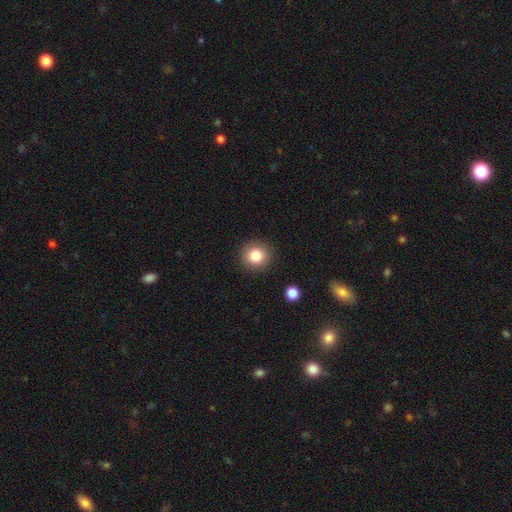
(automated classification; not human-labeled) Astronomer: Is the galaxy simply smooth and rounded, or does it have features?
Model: smooth — 82%.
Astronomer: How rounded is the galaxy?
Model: round — 91%.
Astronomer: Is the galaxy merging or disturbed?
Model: none — 90%.